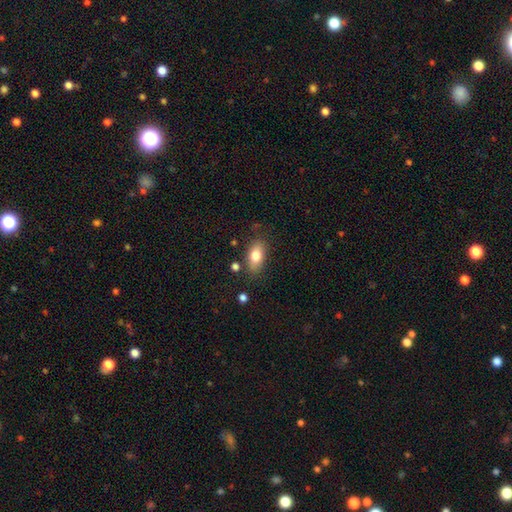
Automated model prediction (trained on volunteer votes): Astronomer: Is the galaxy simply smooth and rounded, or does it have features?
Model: smooth — 78%.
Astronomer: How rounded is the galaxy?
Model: in between — 87%.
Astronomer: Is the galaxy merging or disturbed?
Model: none — 80%.